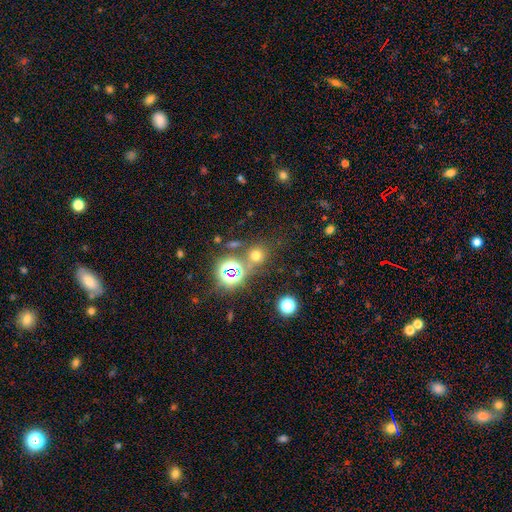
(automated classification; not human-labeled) This is likely a smooth galaxy (60%). How rounded: clearly round (87%). Merging: likely none (70%).